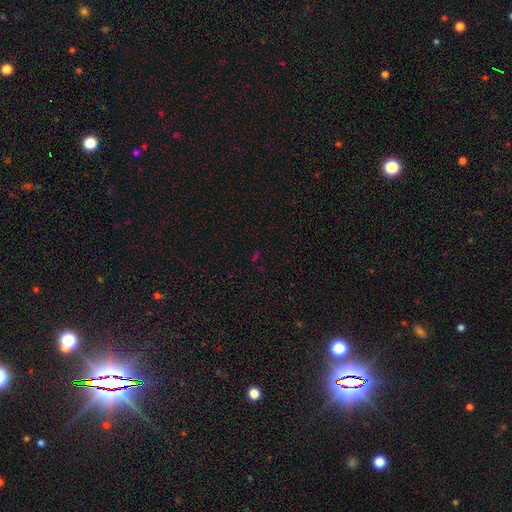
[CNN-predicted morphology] A star or artifact, not a galaxy (60%).